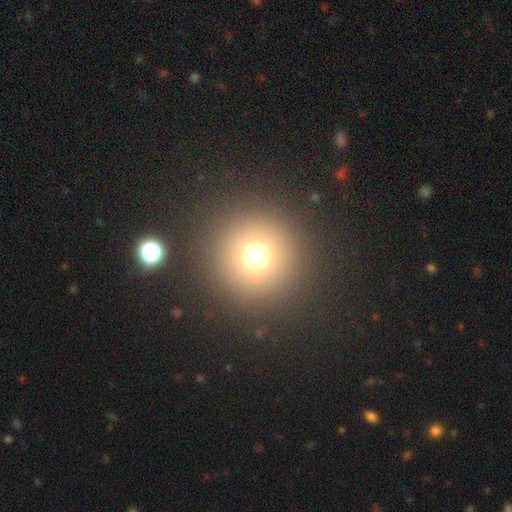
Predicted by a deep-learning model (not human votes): smooth 70%, star or artifact 20%, featured or disk 10%. Down the decision tree: how rounded — round (96%); merging — none (89%).